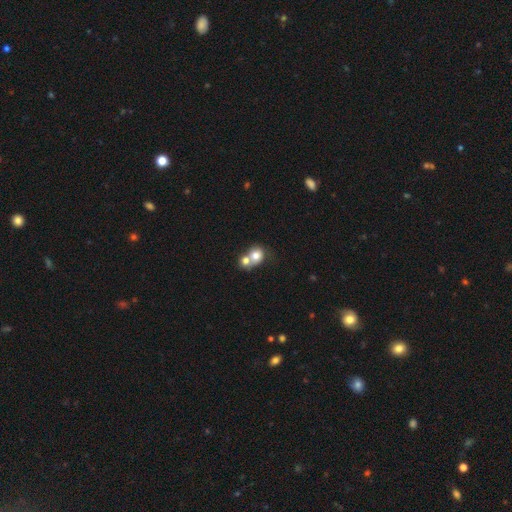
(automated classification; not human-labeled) This appears to be a smooth galaxy with no disk features (73%) that is round (71%). Merging: merger (67%).